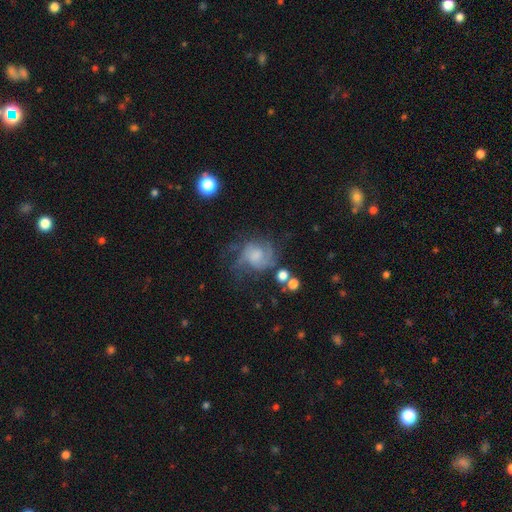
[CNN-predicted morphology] Smooth or featured: featured or disk — 64% (smooth — 26%)
Edge-on disk: no — 98% (yes — 2%)
Bar: no — 70% (weak — 26%)
Spiral arms: yes — 85% (no — 15%)
Spiral winding: medium — 45% (tight — 30%)
Spiral arm count: 2 — 38% (can't tell — 28%)
Bulge size: moderate — 34% (none — 23%)
Merging: none — 44% (major disturbance — 29%)